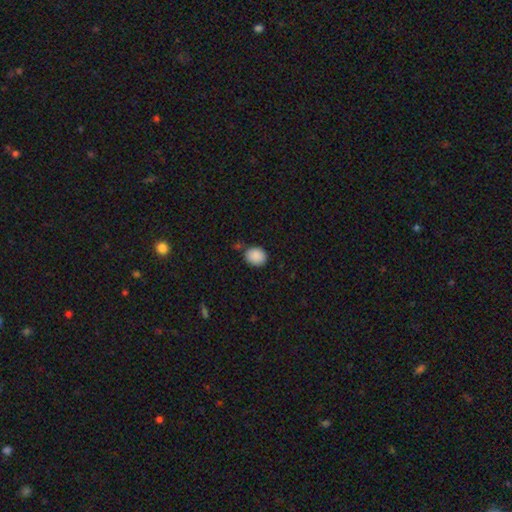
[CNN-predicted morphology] The model was most divided on "how rounded": round: 53%, in between: 46%, cigar-shaped: 1%. More confident: smooth or featured — smooth (89%); merging — none (77%).